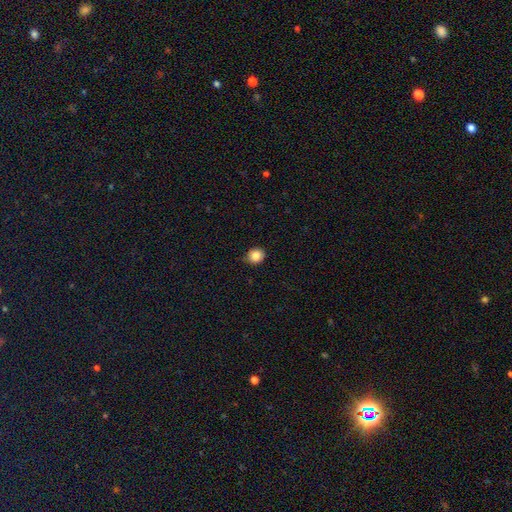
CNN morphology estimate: The model was most divided on "how rounded": round: 81%, in between: 18%, cigar-shaped: 1%. More confident: smooth or featured — smooth (86%); merging — none (80%).